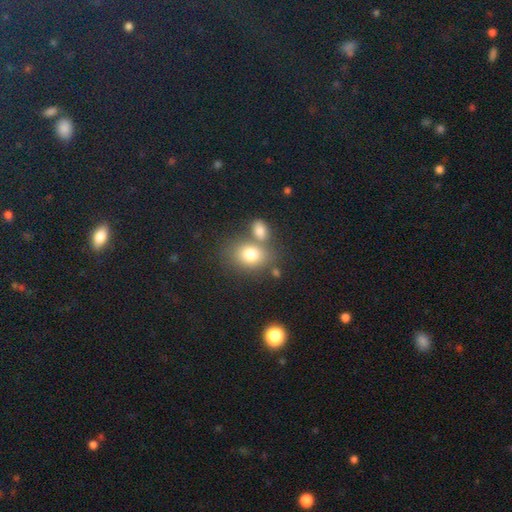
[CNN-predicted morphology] Smooth or featured? Predicted: smooth (p=0.76). How rounded? Predicted: in between (p=0.54). Merging? Predicted: none (p=0.54).